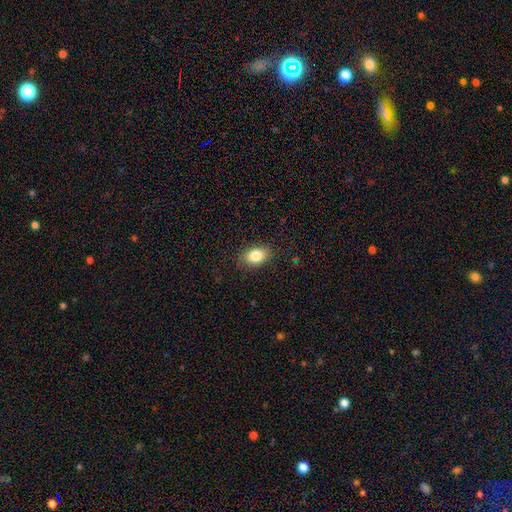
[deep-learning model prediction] smooth-or-featured: smooth: 83% | star or artifact: 8% | featured or disk: 8%
  how-rounded: in between: 81% | round: 18% | cigar-shaped: 1%
  merging: none: 85% | minor disturbance: 11% | major disturbance: 3% | merger: 1%